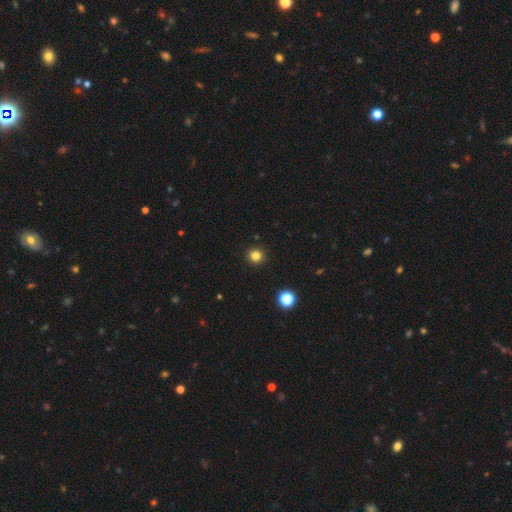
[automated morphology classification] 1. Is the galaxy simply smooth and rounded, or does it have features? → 82% smooth, 14% star or artifact, 4% featured or disk.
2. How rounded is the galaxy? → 94% round, 5% in between, 1% cigar-shaped.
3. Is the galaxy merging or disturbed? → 93% none, 5% minor disturbance, 2% major disturbance, 1% merger.